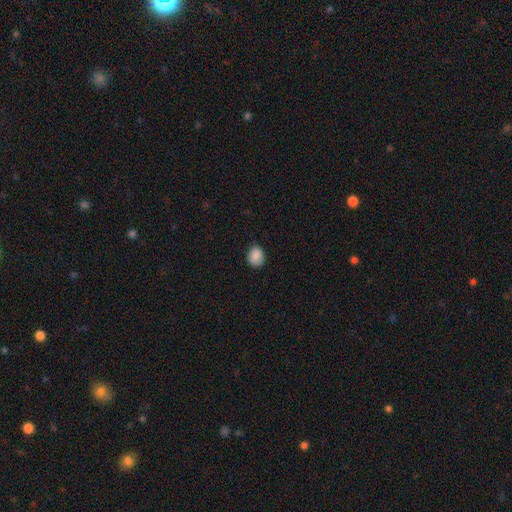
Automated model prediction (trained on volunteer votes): Morphology: type=smooth (88%); roundness=round (56%); merging=none (80%).